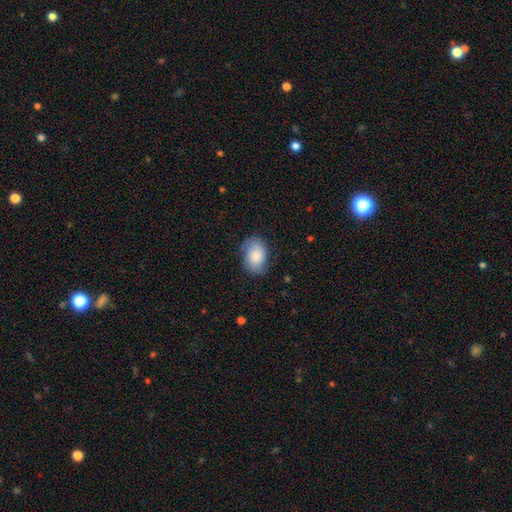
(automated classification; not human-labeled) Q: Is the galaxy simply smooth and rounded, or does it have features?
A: smooth — 74%.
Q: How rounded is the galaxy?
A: in between — 82%.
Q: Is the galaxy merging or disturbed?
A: none — 72%.